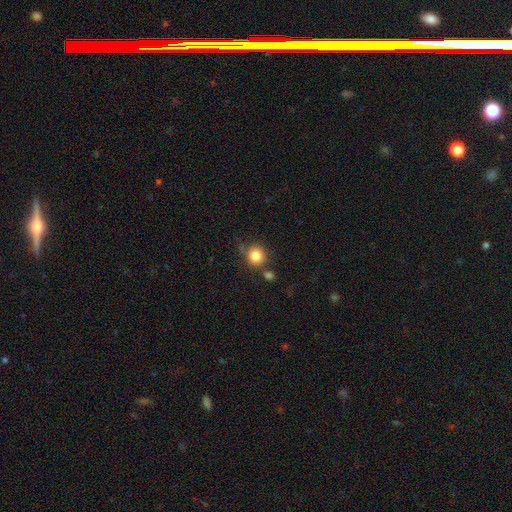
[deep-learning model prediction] Smooth or featured: smooth — 83% (star or artifact — 11%)
How rounded: round — 90% (in between — 9%)
Merging: none — 72% (minor disturbance — 12%)